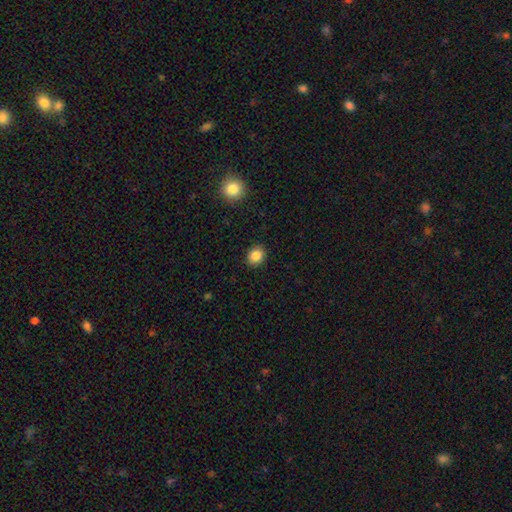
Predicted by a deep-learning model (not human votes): Smooth or featured: smooth — 85% (star or artifact — 10%)
How rounded: round — 62% (in between — 37%)
Merging: none — 90% (minor disturbance — 7%)